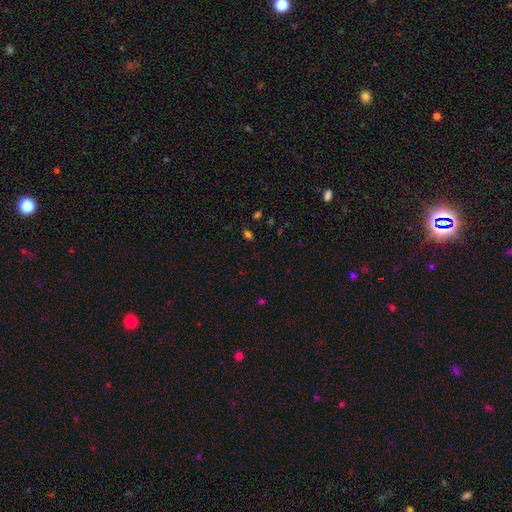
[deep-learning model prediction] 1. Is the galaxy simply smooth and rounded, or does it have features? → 56% smooth, 38% star or artifact, 6% featured or disk.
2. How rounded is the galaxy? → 69% in between, 28% round, 3% cigar-shaped.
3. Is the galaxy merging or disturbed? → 80% none, 11% minor disturbance, 4% major disturbance, 4% merger.